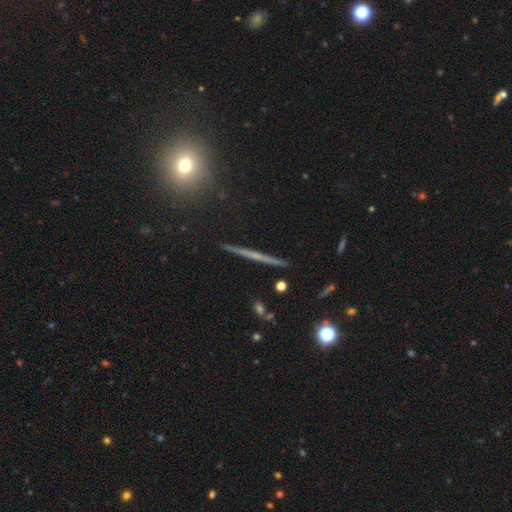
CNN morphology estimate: A featured or disk galaxy (69%) viewed edge-on (98%) with no central bulge (71%). Merging: none (93%).